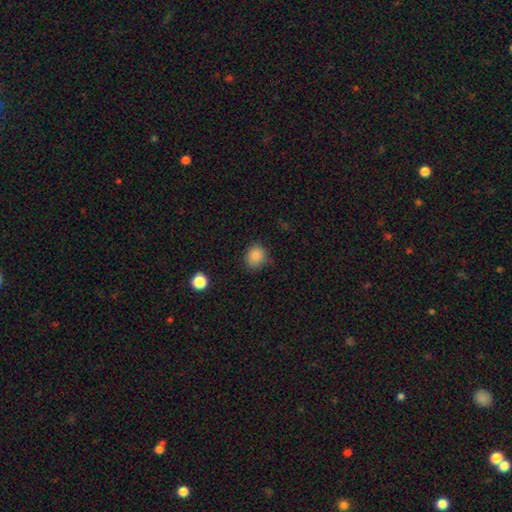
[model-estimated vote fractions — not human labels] Smooth or featured? smooth (85%)
How rounded? round (73%)
Merging? none (73%)